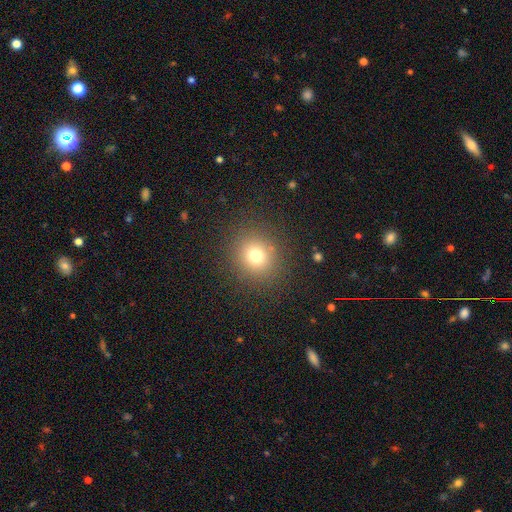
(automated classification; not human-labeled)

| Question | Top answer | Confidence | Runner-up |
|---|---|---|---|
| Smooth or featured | smooth | 73% | star or artifact (17%) |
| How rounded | round | 87% | in between (12%) |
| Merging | none | 87% | minor disturbance (7%) |